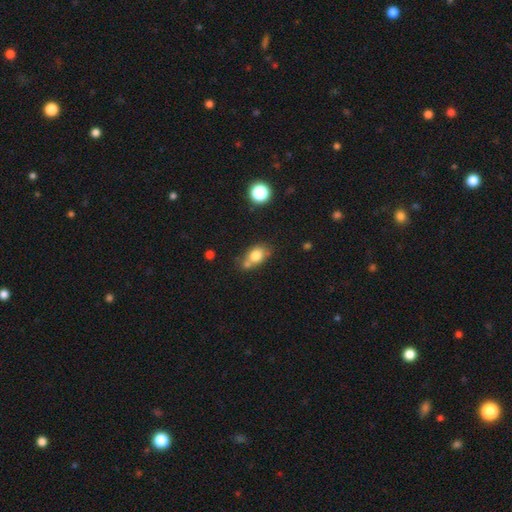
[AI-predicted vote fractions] This is likely a smooth galaxy (77%). How rounded: likely in between (66%). Merging: possibly none (48%).